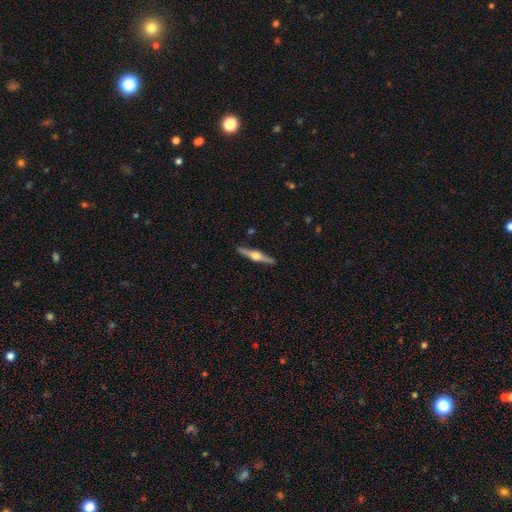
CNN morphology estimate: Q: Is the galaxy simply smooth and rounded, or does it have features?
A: featured or disk — 77%.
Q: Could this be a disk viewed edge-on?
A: yes — 98%.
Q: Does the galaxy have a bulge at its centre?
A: rounded — 94%.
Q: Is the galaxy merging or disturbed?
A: none — 91%.